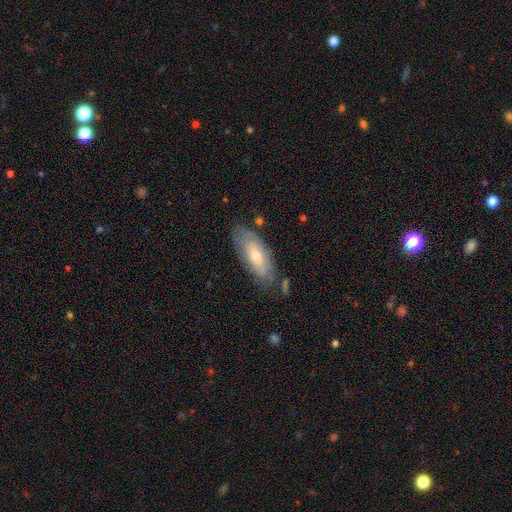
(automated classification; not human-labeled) Overall: smooth (52%; featured or disk 42%). How rounded: in between (78%). Merging: none (70%).